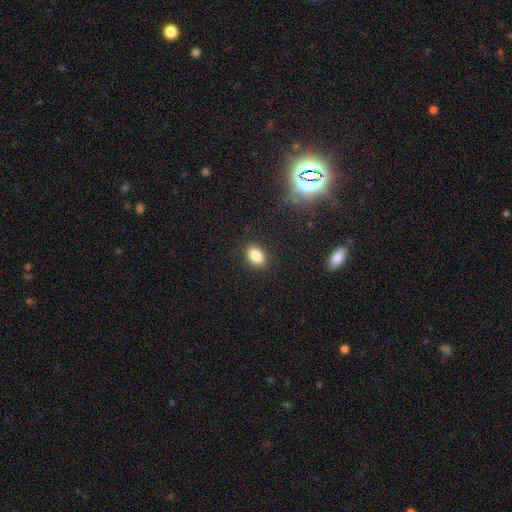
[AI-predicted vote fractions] This appears to be a smooth galaxy with no disk features (84%) that is in between round and cigar-shaped (79%). Merging: none (88%).